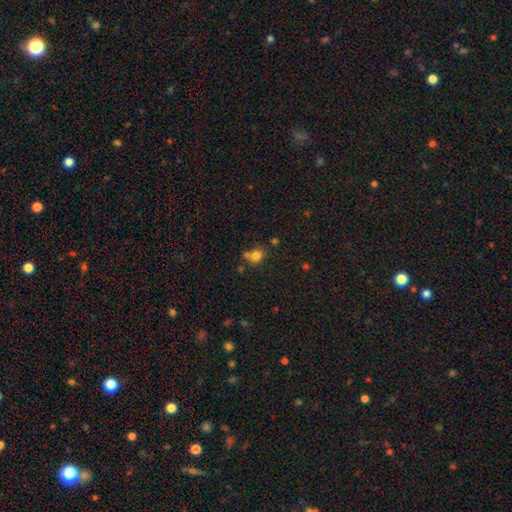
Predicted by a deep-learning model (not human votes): This appears to be a smooth galaxy with no disk features (79%) that is round (75%). Merging: none (58%).